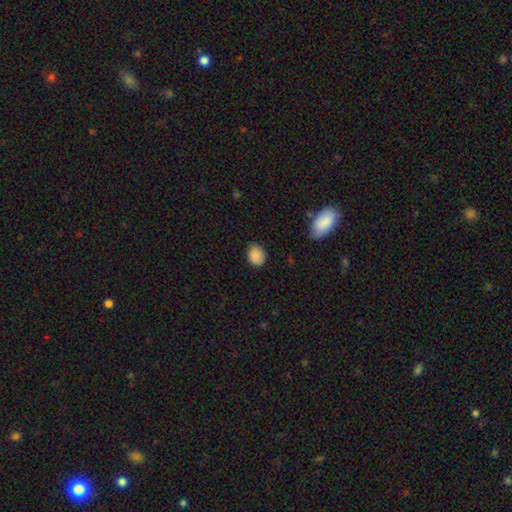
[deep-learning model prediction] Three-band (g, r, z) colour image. It shows a smooth galaxy with no disk features (88%) that is round (52%). Merging: none (82%).